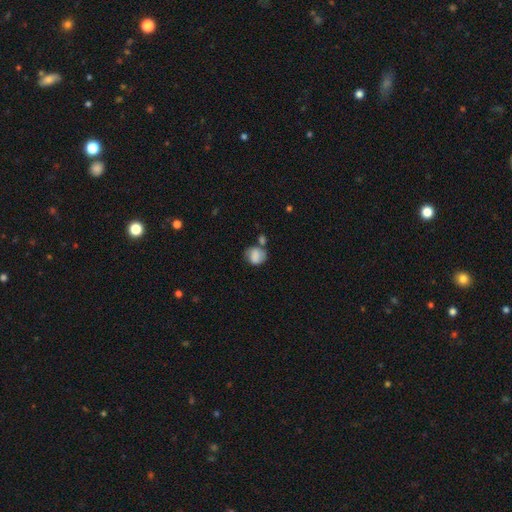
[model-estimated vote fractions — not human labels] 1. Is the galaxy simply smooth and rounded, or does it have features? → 77% smooth, 14% featured or disk, 9% star or artifact.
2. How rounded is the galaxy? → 69% round, 30% in between, 1% cigar-shaped.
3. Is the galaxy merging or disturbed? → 45% none, 23% merger, 22% minor disturbance, 9% major disturbance.